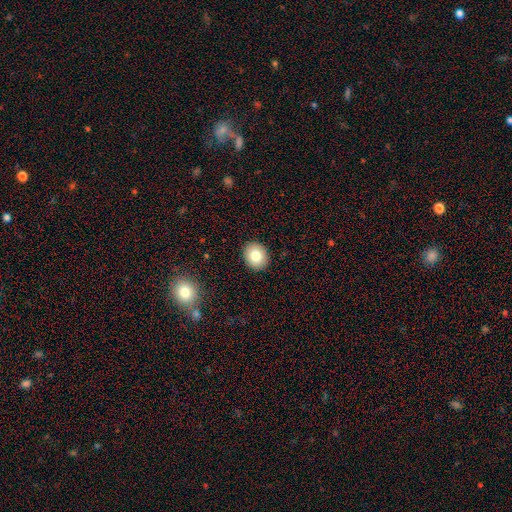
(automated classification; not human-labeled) A smooth galaxy with no disk features (80%) that is round (61%). Merging: none (91%).